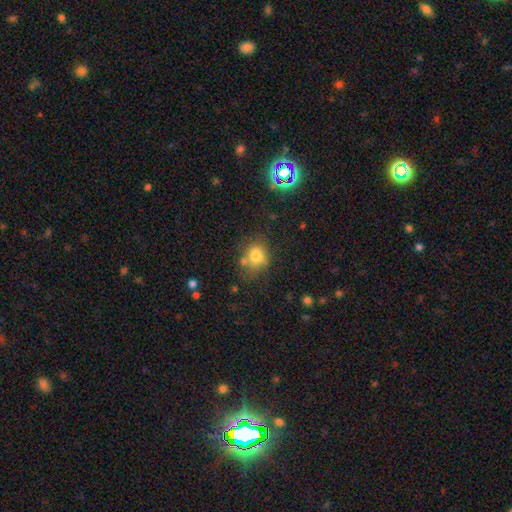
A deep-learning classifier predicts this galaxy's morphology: Overall: smooth (76%). How rounded: round (71%). Merging: none (61%).